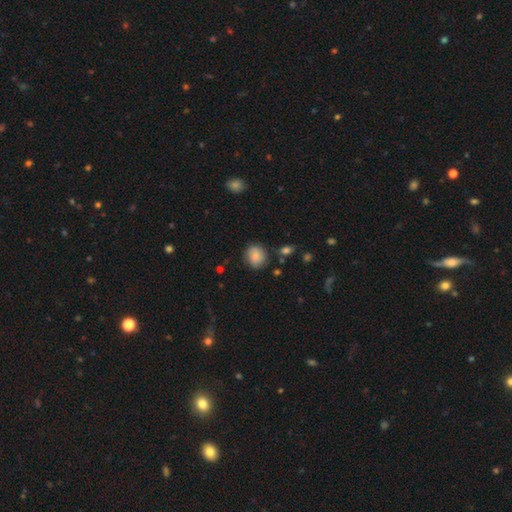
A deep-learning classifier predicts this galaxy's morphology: A smooth galaxy with no disk features (84%) that is round (73%). Merging: none (80%).